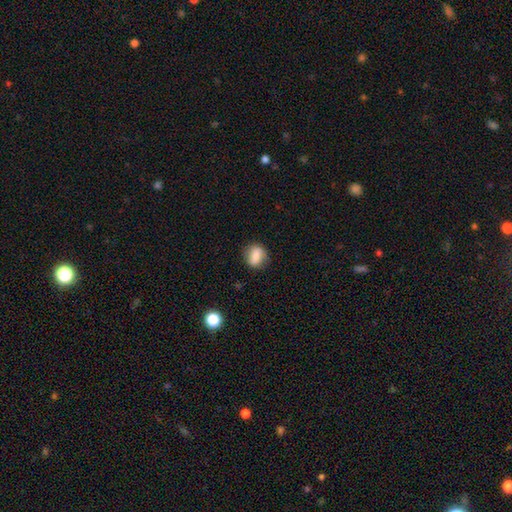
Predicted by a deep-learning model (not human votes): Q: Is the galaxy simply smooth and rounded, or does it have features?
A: smooth — 77%.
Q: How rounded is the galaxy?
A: in between — 49%.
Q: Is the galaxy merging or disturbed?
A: none — 81%.